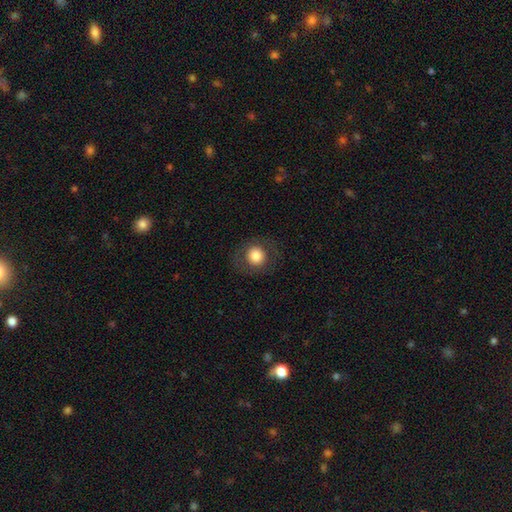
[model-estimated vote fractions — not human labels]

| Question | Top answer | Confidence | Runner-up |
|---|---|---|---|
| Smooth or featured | smooth | 79% | featured or disk (13%) |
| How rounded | round | 89% | in between (10%) |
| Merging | none | 85% | minor disturbance (9%) |